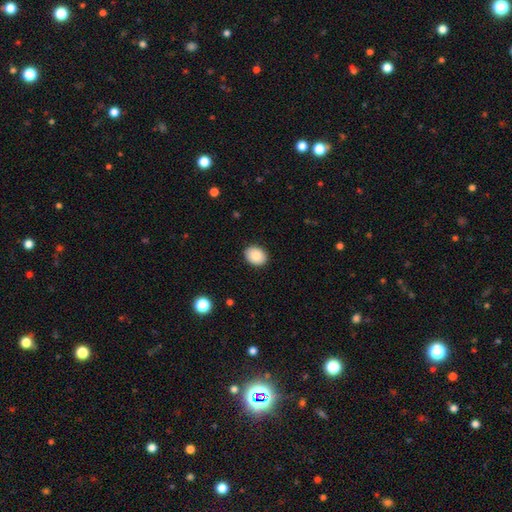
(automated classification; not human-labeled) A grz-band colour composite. It shows a smooth galaxy with no disk features (88%) that is in between round and cigar-shaped (60%). Merging: none (90%).